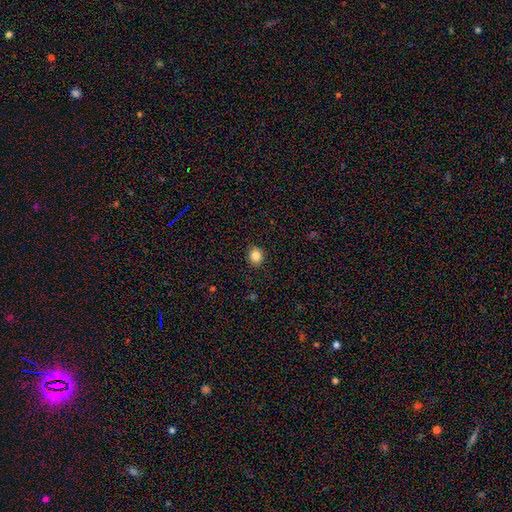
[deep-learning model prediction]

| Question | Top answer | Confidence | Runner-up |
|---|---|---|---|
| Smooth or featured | smooth | 85% | star or artifact (10%) |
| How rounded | round | 64% | in between (35%) |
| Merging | none | 89% | minor disturbance (8%) |